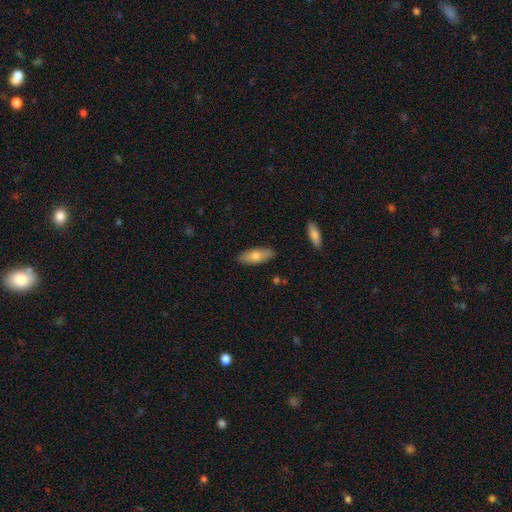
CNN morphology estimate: This appears to be a smooth galaxy with no disk features (71%) that is in between round and cigar-shaped (73%). Merging: none (87%).